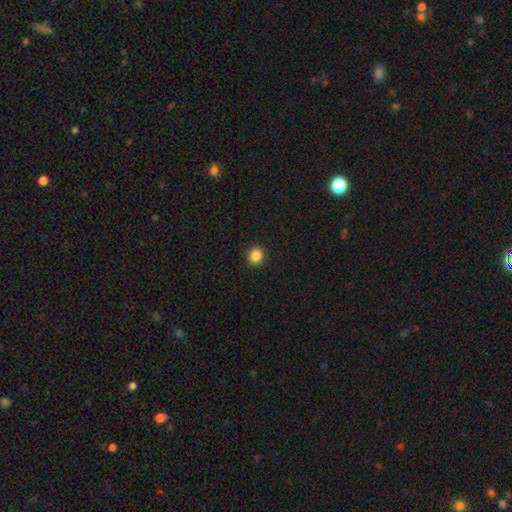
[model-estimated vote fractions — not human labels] This is clearly a smooth galaxy (87%). How rounded: likely round (74%). Merging: clearly none (92%).